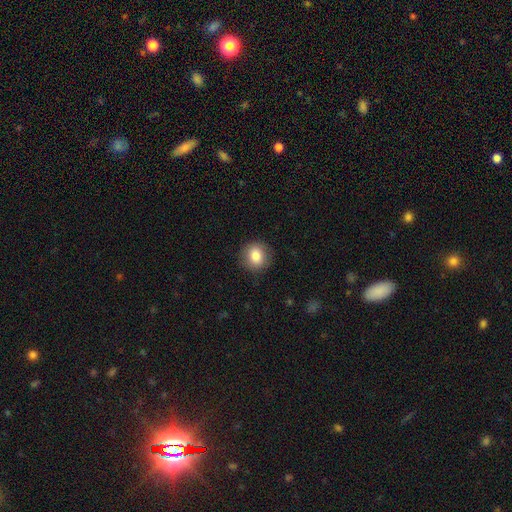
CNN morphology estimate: smooth_or_featured: smooth (p=0.84) [alt: star or artifact p=0.09]
how_rounded: round (p=0.84) [alt: in between p=0.15]
merging: none (p=0.88) [alt: minor disturbance p=0.08]